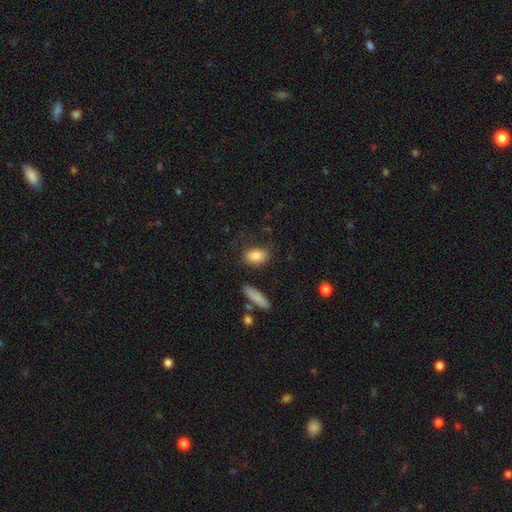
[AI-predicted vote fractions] A smooth galaxy with no disk features (84%) that is in between round and cigar-shaped (83%).

Vote fractions:
- Smooth or featured? smooth: 84% / featured or disk: 9% / star or artifact: 7%
- How rounded? in between: 83% / round: 14% / cigar-shaped: 3%
- Merging? none: 74% / minor disturbance: 16% / major disturbance: 6% / merger: 3%